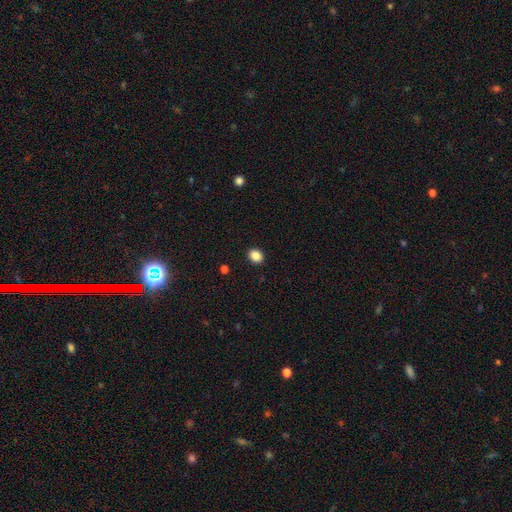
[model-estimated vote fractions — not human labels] Smooth or featured: smooth — 87% (star or artifact — 9%)
How rounded: in between — 52% (round — 47%)
Merging: none — 91% (minor disturbance — 7%)